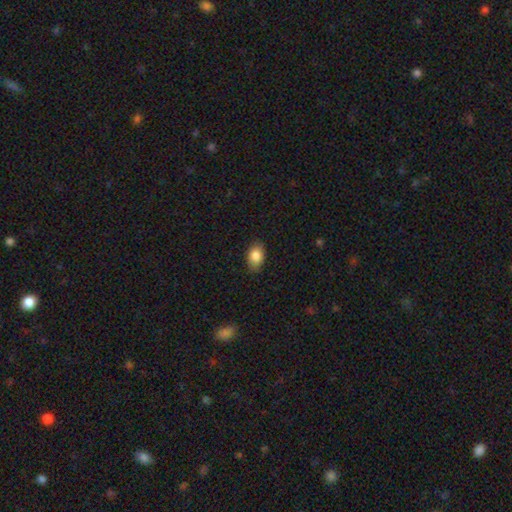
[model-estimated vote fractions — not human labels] smooth 86%, star or artifact 8%, featured or disk 7%. Down the decision tree: how rounded — in between (85%); merging — none (83%).